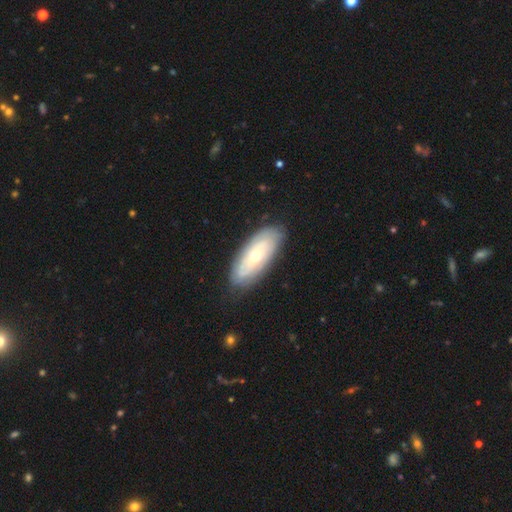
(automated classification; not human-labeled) Smooth or featured: featured or disk — 62% (smooth — 32%)
Edge-on disk: no — 85% (yes — 15%)
Bar: no — 77% (weak — 17%)
Spiral arms: yes — 63% (no — 37%)
Bulge size: moderate — 59% (small — 37%)
Merging: none — 83% (minor disturbance — 13%)